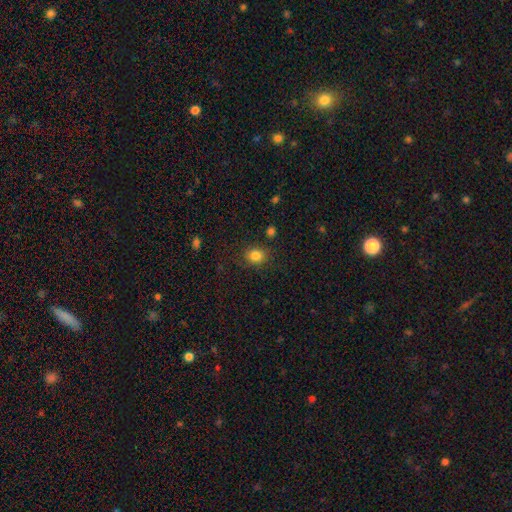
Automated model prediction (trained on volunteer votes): Smooth or featured? Predicted: smooth (p=0.82). How rounded? Predicted: round (p=0.63). Merging? Predicted: none (p=0.80).